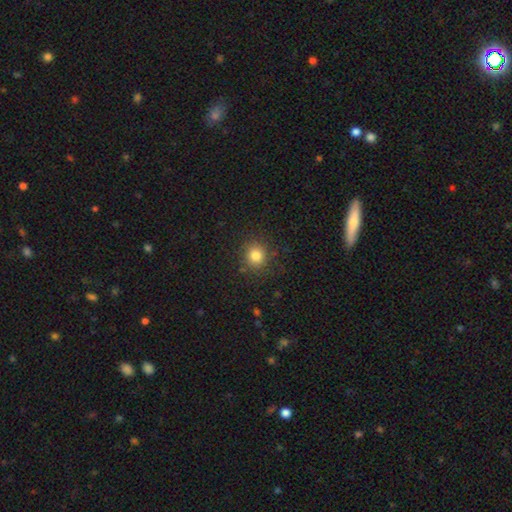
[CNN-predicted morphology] Smooth or featured?
  - smooth: 82% *
  - star or artifact: 12%
  - featured or disk: 6%
How rounded?
  - round: 87% *
  - in between: 12%
  - cigar-shaped: 1%
Merging?
  - none: 85% *
  - minor disturbance: 9%
  - major disturbance: 4%
  - merger: 2%